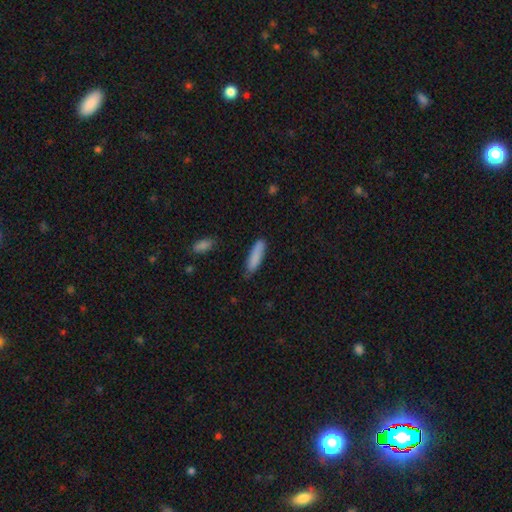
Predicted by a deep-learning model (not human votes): smooth 85%, featured or disk 9%, star or artifact 6%. Down the decision tree: how rounded — cigar-shaped (70%); merging — none (74%).